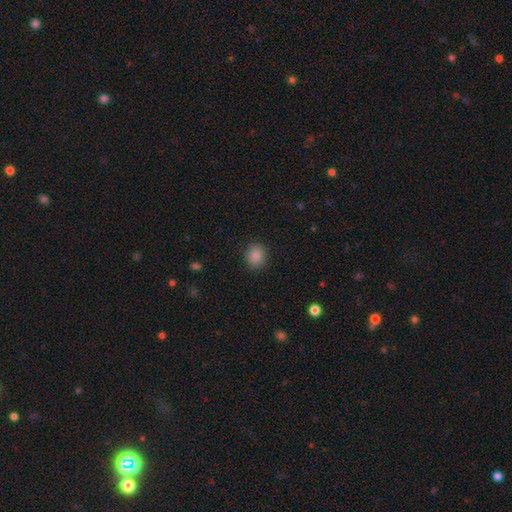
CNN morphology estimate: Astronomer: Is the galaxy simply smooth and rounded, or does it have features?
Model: smooth — 87%.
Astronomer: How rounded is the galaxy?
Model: round — 73%.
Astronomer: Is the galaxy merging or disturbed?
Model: none — 90%.